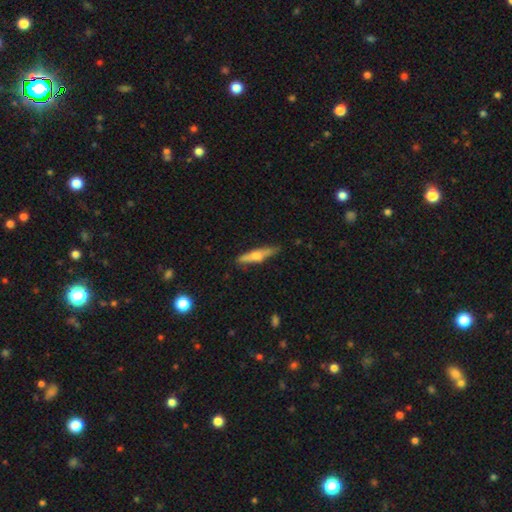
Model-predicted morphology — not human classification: A smooth galaxy with no disk features (53%) that is cigar-shaped (85%). Merging: none (78%).